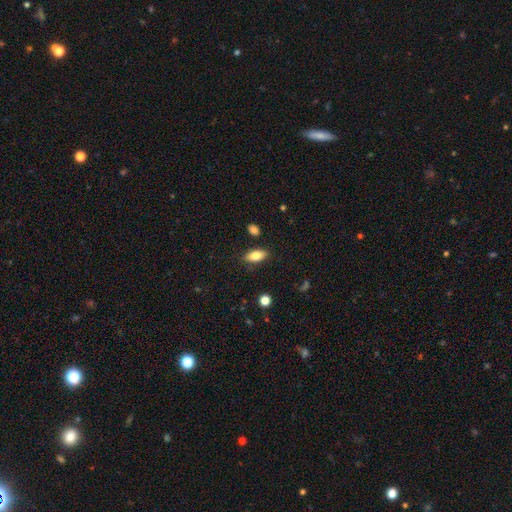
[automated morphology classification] Smooth or featured? smooth (80%)
How rounded? in between (84%)
Merging? none (86%)